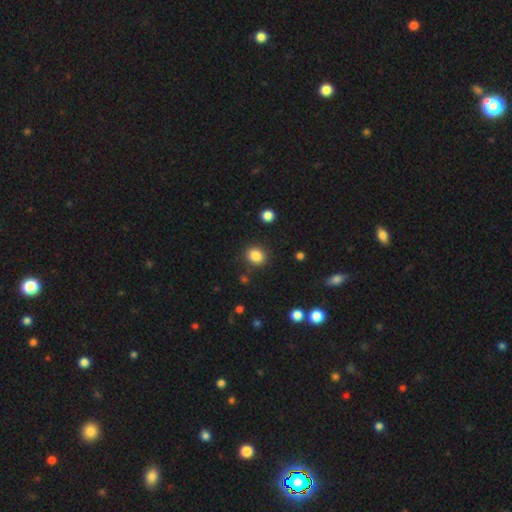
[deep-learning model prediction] A smooth galaxy with no disk features (85%) that is round (67%).

Vote fractions:
- Smooth or featured? smooth: 85% / star or artifact: 10% / featured or disk: 5%
- How rounded? round: 67% / in between: 32% / cigar-shaped: 1%
- Merging? none: 87% / minor disturbance: 8% / major disturbance: 3% / merger: 2%